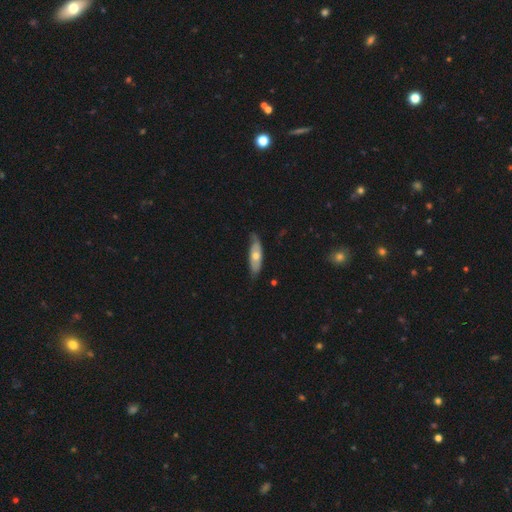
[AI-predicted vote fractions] This is possibly a smooth galaxy (52%). How rounded: possibly in between (55%). Merging: likely none (70%).